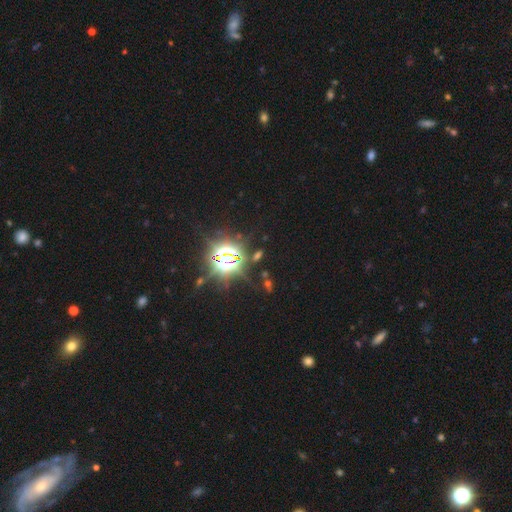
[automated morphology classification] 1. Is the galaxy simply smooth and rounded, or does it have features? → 81% star or artifact, 11% smooth, 9% featured or disk.